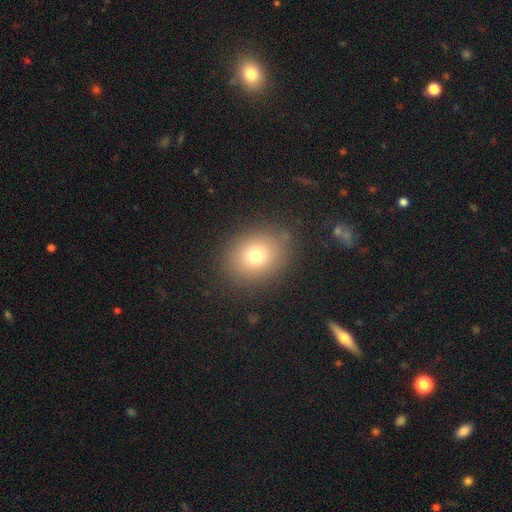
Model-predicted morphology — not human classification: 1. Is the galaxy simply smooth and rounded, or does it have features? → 76% smooth, 13% star or artifact, 11% featured or disk.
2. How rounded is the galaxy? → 55% round, 44% in between, 1% cigar-shaped.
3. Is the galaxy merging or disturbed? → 85% none, 10% minor disturbance, 4% major disturbance, 2% merger.